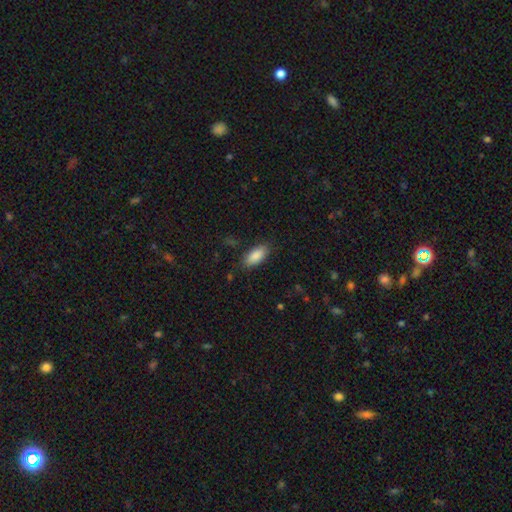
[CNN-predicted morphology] smooth 87%, star or artifact 7%, featured or disk 6%. Down the decision tree: how rounded — in between (89%); merging — none (83%).